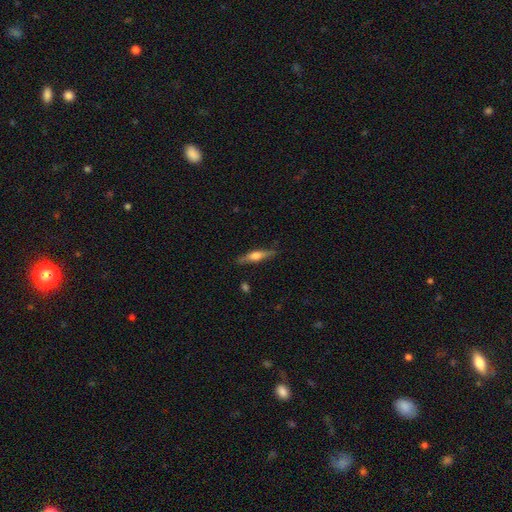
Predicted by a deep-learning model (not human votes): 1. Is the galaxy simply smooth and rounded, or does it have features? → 57% featured or disk, 37% smooth, 6% star or artifact.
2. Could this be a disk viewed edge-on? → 95% yes, 5% no.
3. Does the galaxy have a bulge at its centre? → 85% rounded, 11% boxy, 4% none.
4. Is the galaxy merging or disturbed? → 85% none, 12% minor disturbance, 2% major disturbance, 2% merger.